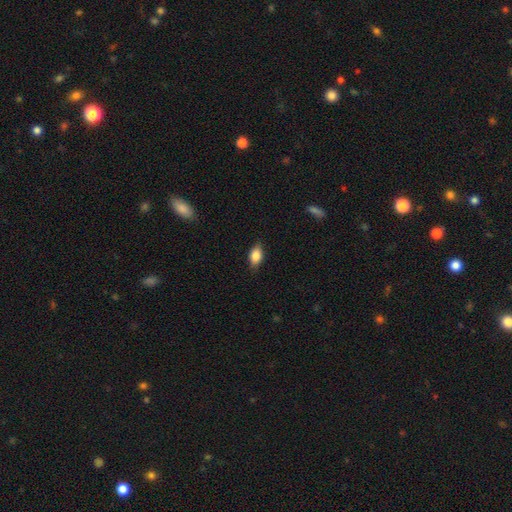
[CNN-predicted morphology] smooth 80%, featured or disk 12%, star or artifact 8%. Down the decision tree: how rounded — in between (86%); merging — none (82%).